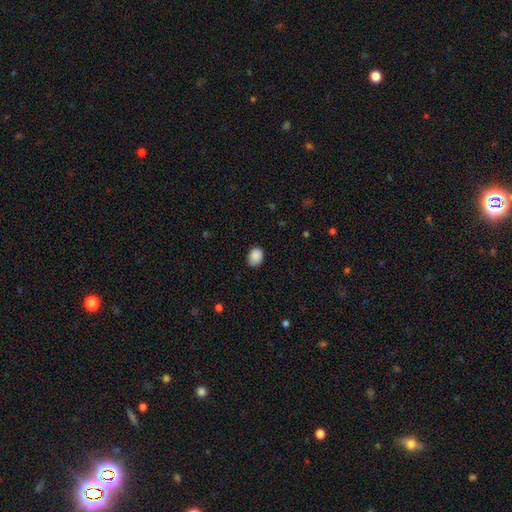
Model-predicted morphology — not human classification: smooth-or-featured: smooth: 89% | star or artifact: 8% | featured or disk: 3%
  how-rounded: in between: 60% | round: 39% | cigar-shaped: 1%
  merging: none: 81% | minor disturbance: 15% | major disturbance: 3% | merger: 1%